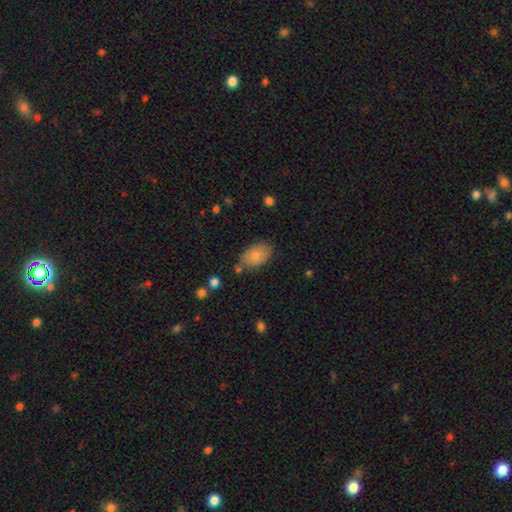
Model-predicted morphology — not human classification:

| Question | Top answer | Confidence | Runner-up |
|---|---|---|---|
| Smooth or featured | smooth | 78% | featured or disk (15%) |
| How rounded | in between | 92% | round (7%) |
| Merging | none | 72% | minor disturbance (19%) |